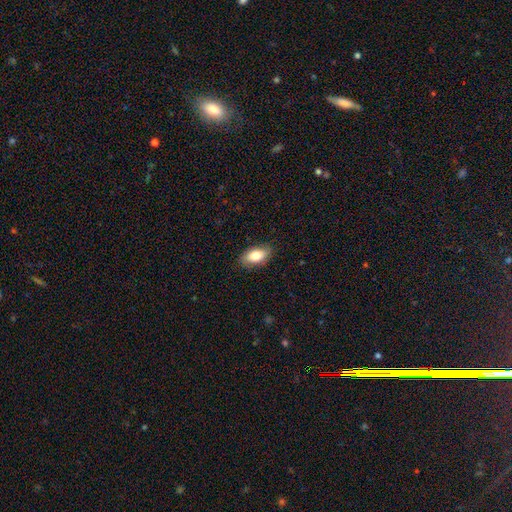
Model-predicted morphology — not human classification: This appears to be a smooth galaxy with no disk features (80%) that is in between round and cigar-shaped (91%). Merging: none (85%).